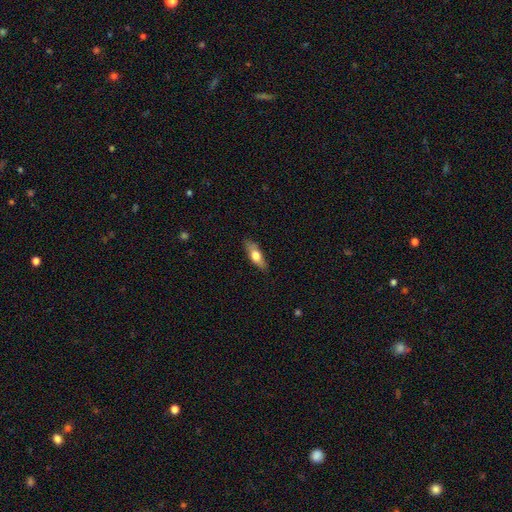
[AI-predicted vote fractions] Smooth or featured?
  - smooth: 65% *
  - featured or disk: 29%
  - star or artifact: 6%
How rounded?
  - in between: 58% *
  - cigar-shaped: 39%
  - round: 3%
Merging?
  - none: 82% *
  - minor disturbance: 14%
  - major disturbance: 3%
  - merger: 1%